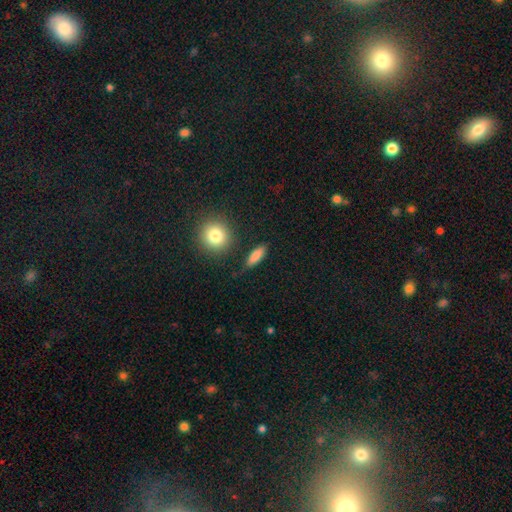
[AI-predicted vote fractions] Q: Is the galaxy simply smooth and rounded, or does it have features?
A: smooth — 84%.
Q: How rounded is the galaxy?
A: in between — 52%.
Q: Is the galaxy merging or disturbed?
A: none — 82%.